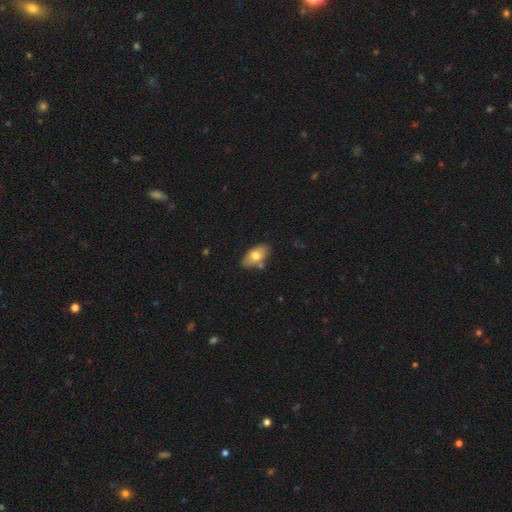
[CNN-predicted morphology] Overall: smooth (74%). How rounded: in between (93%). Merging: none (74%).